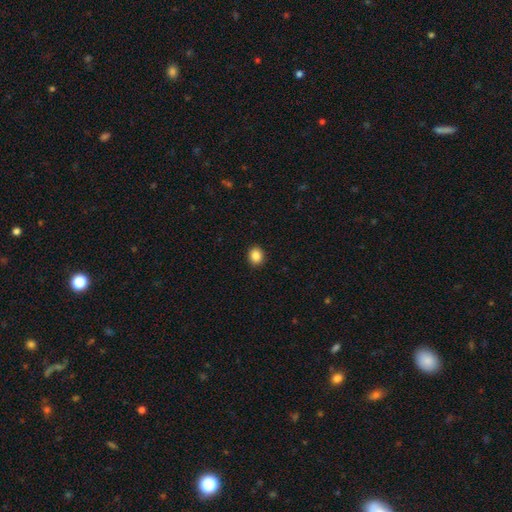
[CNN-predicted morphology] The model was most divided on "how rounded": round: 66%, in between: 33%, cigar-shaped: 1%. More confident: merging — none (92%); smooth or featured — smooth (87%).